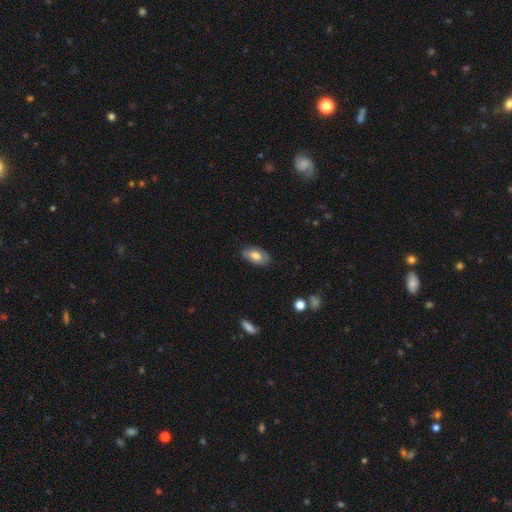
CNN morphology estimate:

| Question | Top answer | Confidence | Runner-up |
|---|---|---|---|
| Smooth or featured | smooth | 75% | featured or disk (19%) |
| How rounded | in between | 93% | round (4%) |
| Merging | none | 82% | minor disturbance (14%) |